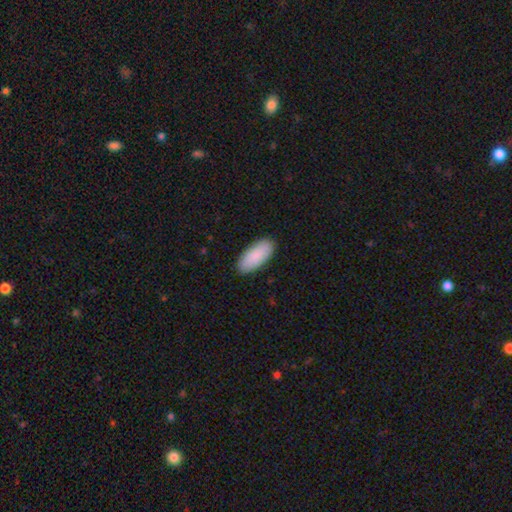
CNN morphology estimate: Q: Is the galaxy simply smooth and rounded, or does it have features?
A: smooth — 90%.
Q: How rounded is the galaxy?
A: in between — 87%.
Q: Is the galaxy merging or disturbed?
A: none — 89%.